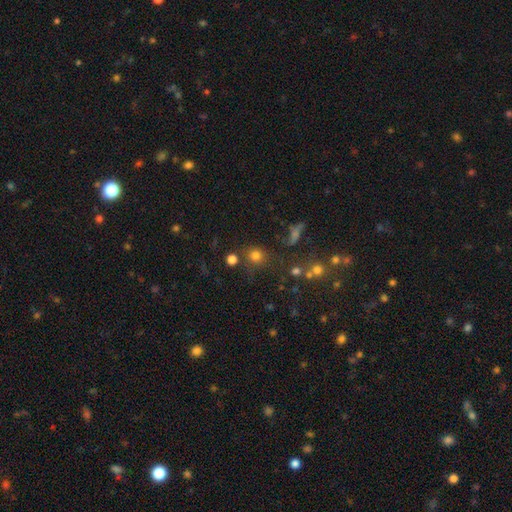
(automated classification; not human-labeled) Overall: smooth (75%). How rounded: round (87%). Merging: none (71%).